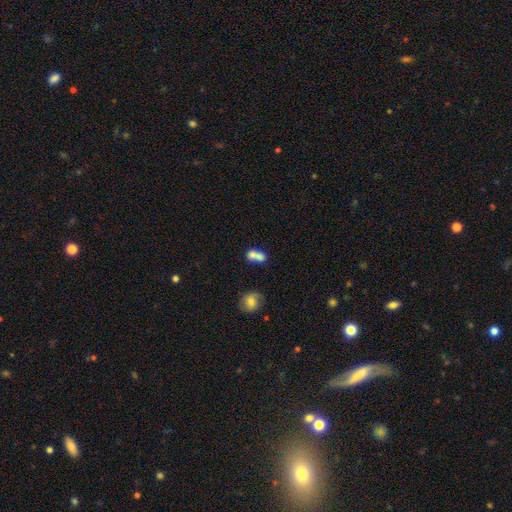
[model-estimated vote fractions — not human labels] smooth-or-featured: smooth: 74% | featured or disk: 17% | star or artifact: 10%
  how-rounded: in between: 63% | round: 33% | cigar-shaped: 4%
  merging: merger: 63% | none: 23% | minor disturbance: 8% | major disturbance: 5%